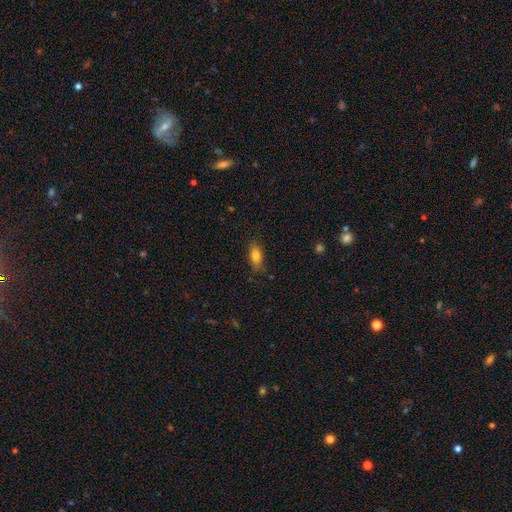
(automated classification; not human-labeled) The model was most divided on "merging": none: 80%, minor disturbance: 15%, major disturbance: 3%, merger: 2%. More confident: how rounded — in between (83%); smooth or featured — smooth (80%).